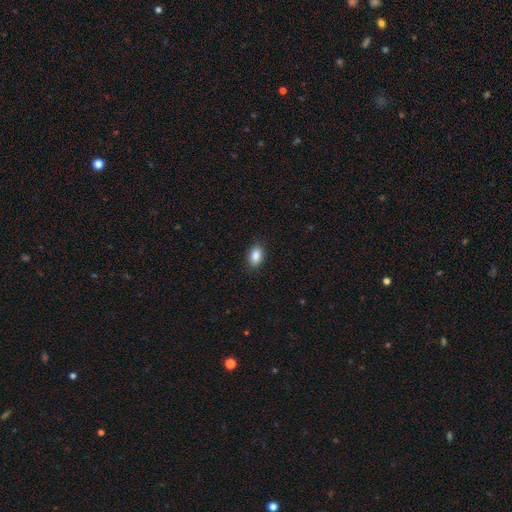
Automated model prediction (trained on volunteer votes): The model was most divided on "how rounded": in between: 87%, round: 12%, cigar-shaped: 2%. More confident: merging — none (88%); smooth or featured — smooth (87%).